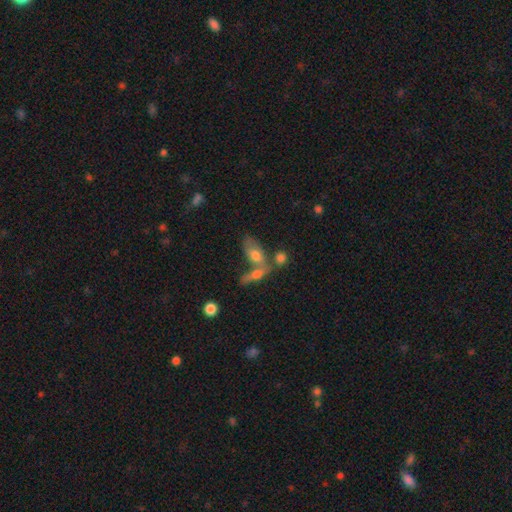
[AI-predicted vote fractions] smooth-or-featured: smooth: 53% | featured or disk: 35% | star or artifact: 12%
  how-rounded: in between: 70% | cigar-shaped: 23% | round: 7%
  merging: merger: 45% | none: 39% | minor disturbance: 10% | major disturbance: 6%